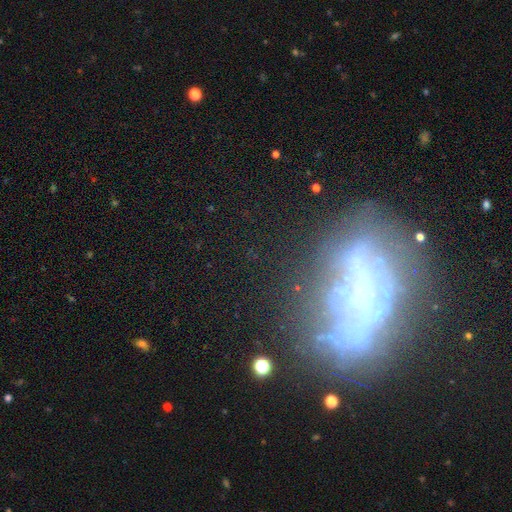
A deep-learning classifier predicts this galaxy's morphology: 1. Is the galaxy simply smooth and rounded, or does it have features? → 65% featured or disk, 18% star or artifact, 17% smooth.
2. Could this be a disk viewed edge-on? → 77% no, 23% yes.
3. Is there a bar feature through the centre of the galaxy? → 63% no, 20% weak, 17% strong.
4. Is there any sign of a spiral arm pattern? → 69% no, 31% yes.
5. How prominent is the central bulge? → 49% small, 24% moderate, 19% none, 5% large, 3% dominant.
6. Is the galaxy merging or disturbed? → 53% none, 22% major disturbance, 19% minor disturbance, 7% merger.